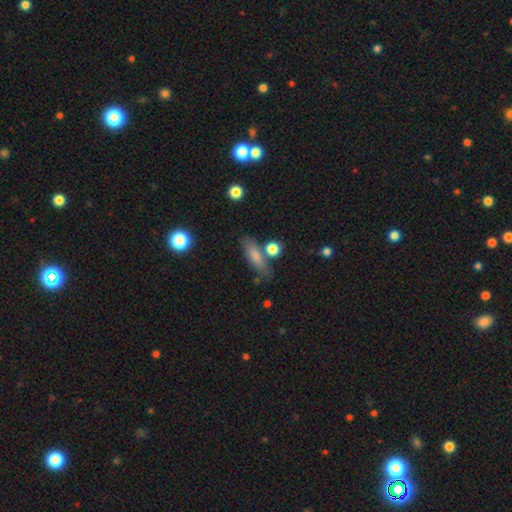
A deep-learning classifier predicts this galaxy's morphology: This appears to be a smooth galaxy with no disk features (76%) that is cigar-shaped (48%). Merging: none (69%).